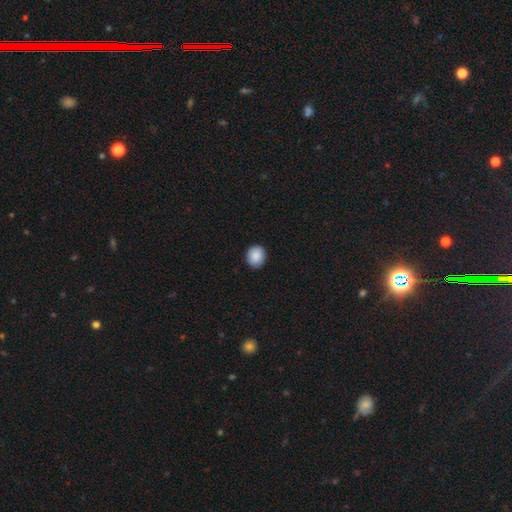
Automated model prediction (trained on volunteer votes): Smooth or featured? smooth (88%)
How rounded? round (76%)
Merging? none (89%)